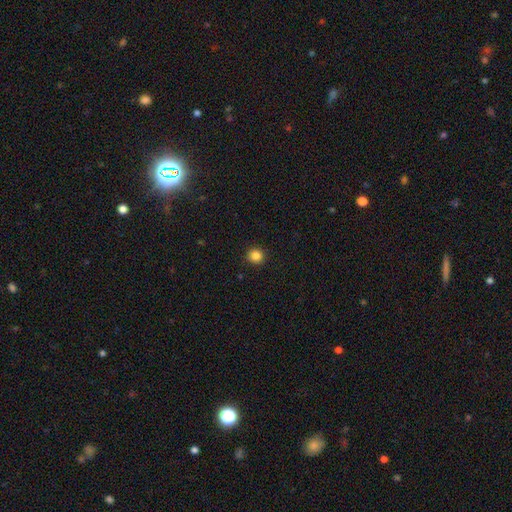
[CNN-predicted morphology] This is clearly a smooth galaxy (85%). How rounded: clearly round (93%). Merging: clearly none (92%).